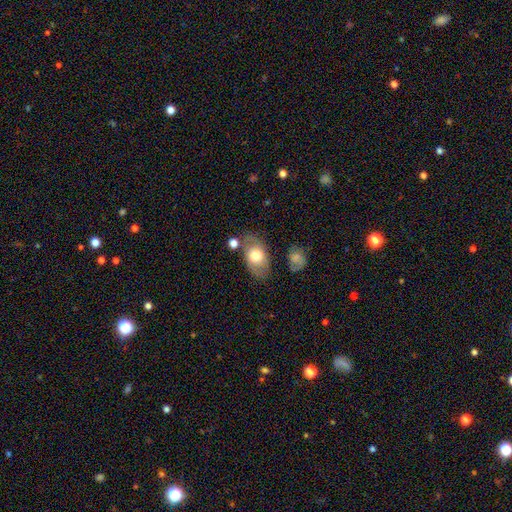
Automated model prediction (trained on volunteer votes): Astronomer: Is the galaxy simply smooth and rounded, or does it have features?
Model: smooth — 67%.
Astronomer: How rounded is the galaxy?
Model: in between — 85%.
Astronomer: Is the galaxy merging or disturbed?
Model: none — 66%.